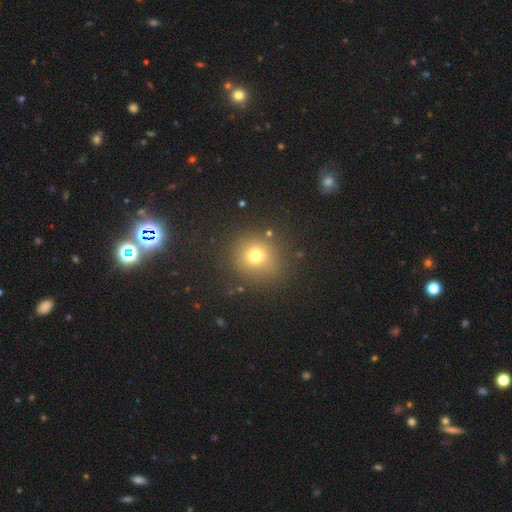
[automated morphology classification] A smooth galaxy with no disk features (72%) that is round (90%).

Vote fractions:
- Smooth or featured? smooth: 72% / star or artifact: 18% / featured or disk: 10%
- How rounded? round: 90% / in between: 9% / cigar-shaped: 1%
- Merging? none: 84% / minor disturbance: 9% / major disturbance: 4% / merger: 2%